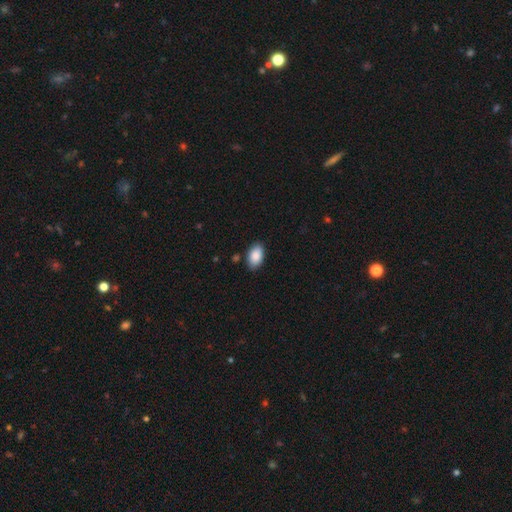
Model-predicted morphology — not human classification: The model was most divided on "merging": none: 85%, minor disturbance: 11%, major disturbance: 2%, merger: 2%. More confident: how rounded — in between (94%); smooth or featured — smooth (89%).